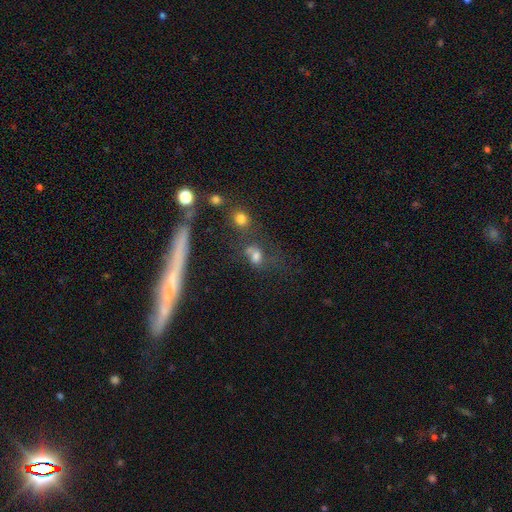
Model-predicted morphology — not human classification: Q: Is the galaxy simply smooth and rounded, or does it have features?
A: smooth — 62%.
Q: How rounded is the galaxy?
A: in between — 52%.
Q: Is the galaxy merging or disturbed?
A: none — 37%.